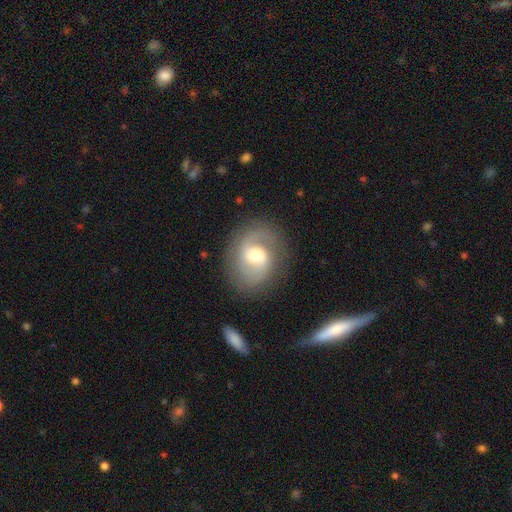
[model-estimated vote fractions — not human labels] featured or disk 75%, smooth 19%, star or artifact 7%. Down the decision tree: edge-on disk — no (97%); bar — weak (46%); spiral arms — yes (91%); spiral arm count — 2 (82%); spiral winding — medium (50%); bulge size — moderate (67%); merging — none (81%).